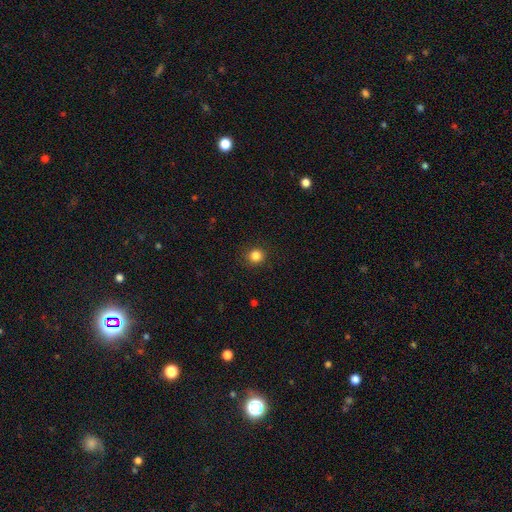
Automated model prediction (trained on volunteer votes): Q: Smooth or featured?
A: smooth (84%); runner-up: star or artifact (12%)
Q: How rounded?
A: round (92%); runner-up: in between (7%)
Q: Merging?
A: none (91%); runner-up: minor disturbance (6%)